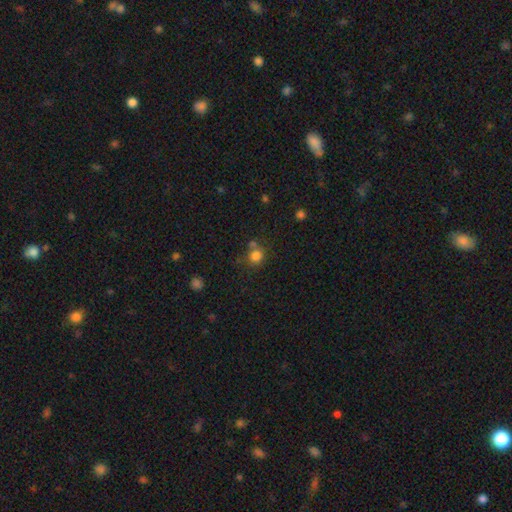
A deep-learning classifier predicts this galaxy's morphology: This is clearly a smooth galaxy (81%). How rounded: clearly round (86%). Merging: likely none (63%).